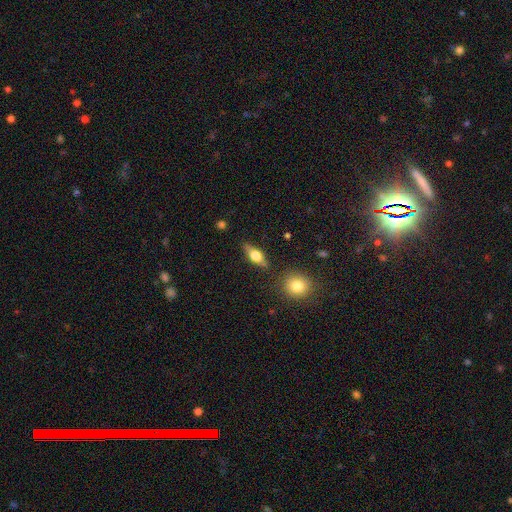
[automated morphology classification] This appears to be a featured or disk galaxy (51%) viewed edge-on (91%). Merging: none (83%).